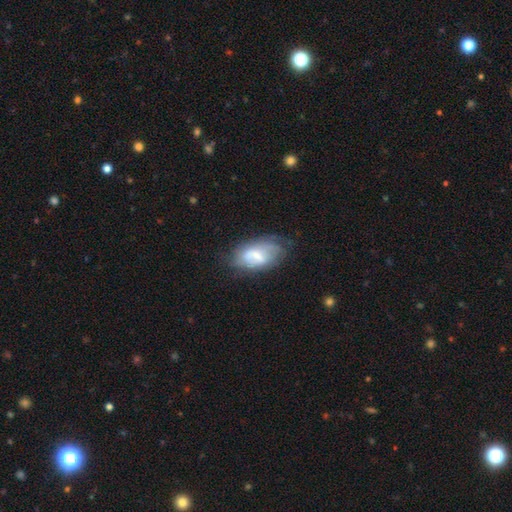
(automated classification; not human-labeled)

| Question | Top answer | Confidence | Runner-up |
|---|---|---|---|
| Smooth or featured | smooth | 50% | featured or disk (42%) |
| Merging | none | 50% | minor disturbance (31%) |